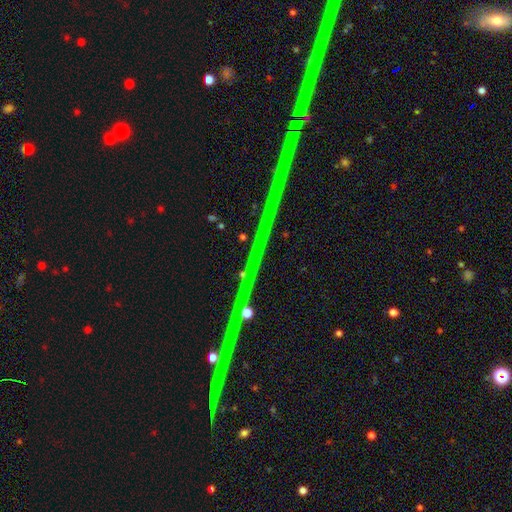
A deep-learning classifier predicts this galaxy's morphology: type=star or artifact (87%).